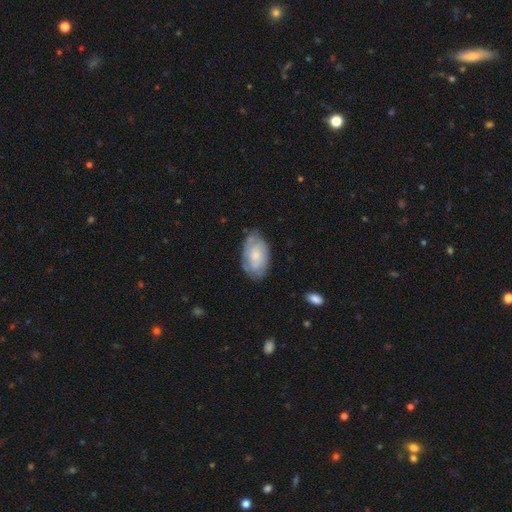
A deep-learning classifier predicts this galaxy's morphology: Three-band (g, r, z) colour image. It shows a smooth galaxy with no disk features (47%). Merging: none (69%).